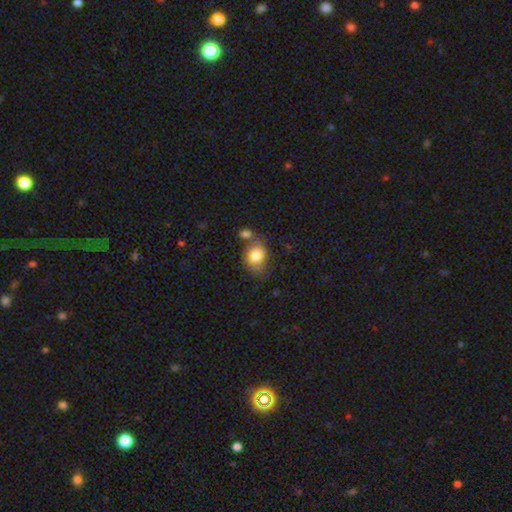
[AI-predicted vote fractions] A smooth galaxy with no disk features (80%) that is in between round and cigar-shaped (61%).

Vote fractions:
- Smooth or featured? smooth: 80% / featured or disk: 11% / star or artifact: 8%
- How rounded? in between: 61% / round: 38% / cigar-shaped: 1%
- Merging? none: 54% / minor disturbance: 20% / merger: 19% / major disturbance: 7%